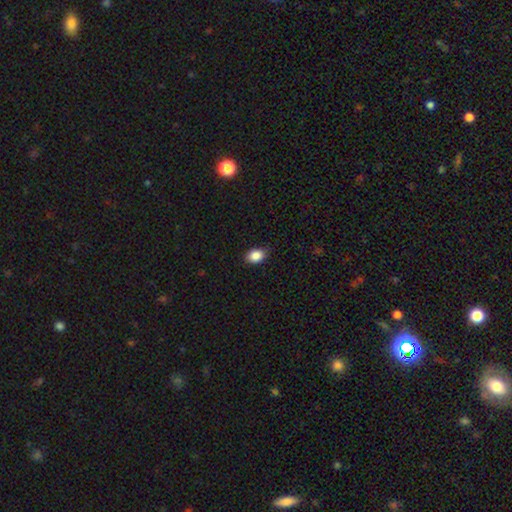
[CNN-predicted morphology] Q: Smooth or featured?
A: smooth (87%); runner-up: star or artifact (9%)
Q: How rounded?
A: in between (73%); runner-up: round (26%)
Q: Merging?
A: none (82%); runner-up: minor disturbance (15%)